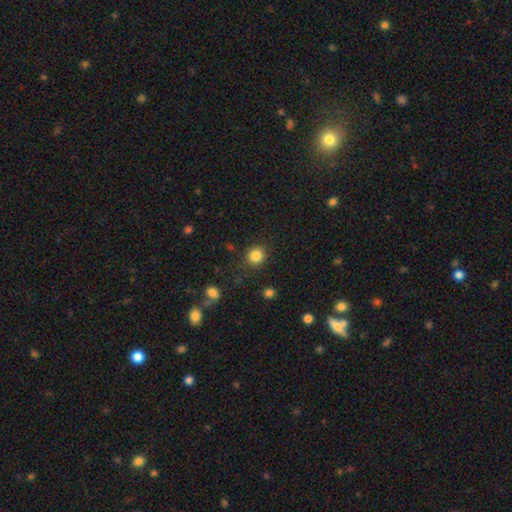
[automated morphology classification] A smooth galaxy with no disk features (85%) that is round (90%).

Vote fractions:
- Smooth or featured? smooth: 85% / star or artifact: 11% / featured or disk: 4%
- How rounded? round: 90% / in between: 9% / cigar-shaped: 1%
- Merging? none: 87% / minor disturbance: 8% / major disturbance: 3% / merger: 2%